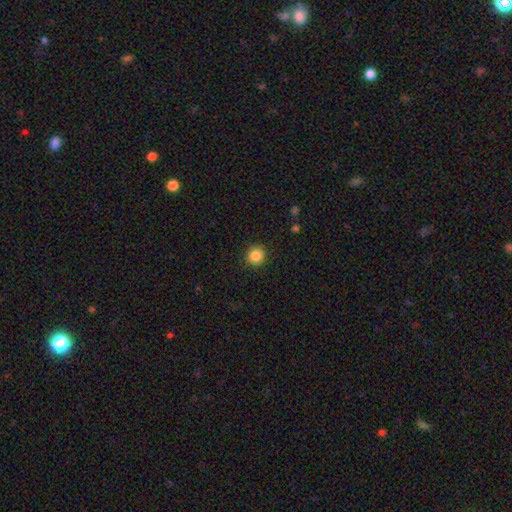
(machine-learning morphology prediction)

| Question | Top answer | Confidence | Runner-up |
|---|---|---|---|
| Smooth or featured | smooth | 86% | star or artifact (10%) |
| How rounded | round | 91% | in between (8%) |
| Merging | none | 91% | minor disturbance (6%) |